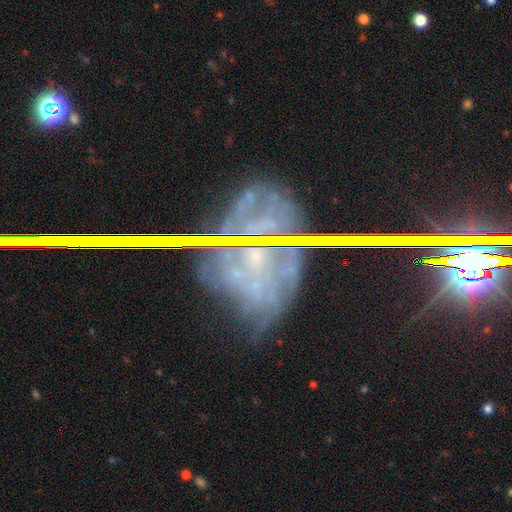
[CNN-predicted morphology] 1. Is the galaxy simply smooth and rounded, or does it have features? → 57% featured or disk, 30% star or artifact, 13% smooth.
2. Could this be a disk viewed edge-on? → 83% no, 17% yes.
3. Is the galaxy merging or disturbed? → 57% none, 19% minor disturbance, 17% major disturbance, 7% merger.